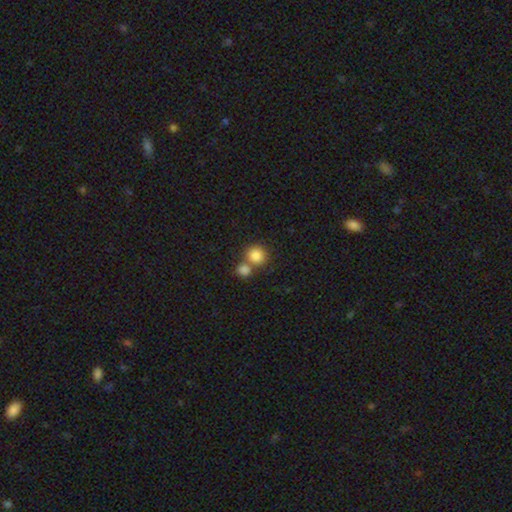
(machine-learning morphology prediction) type=smooth (84%); roundness=round (84%); merging=none (48%).